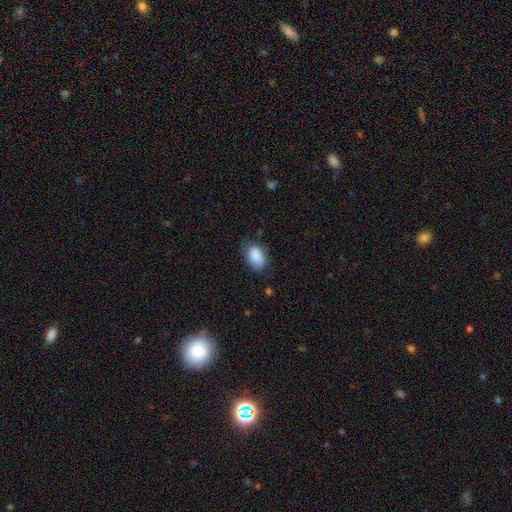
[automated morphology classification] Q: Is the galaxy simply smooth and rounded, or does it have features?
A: smooth — 87%.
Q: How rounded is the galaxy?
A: in between — 90%.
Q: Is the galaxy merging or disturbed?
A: none — 66%.